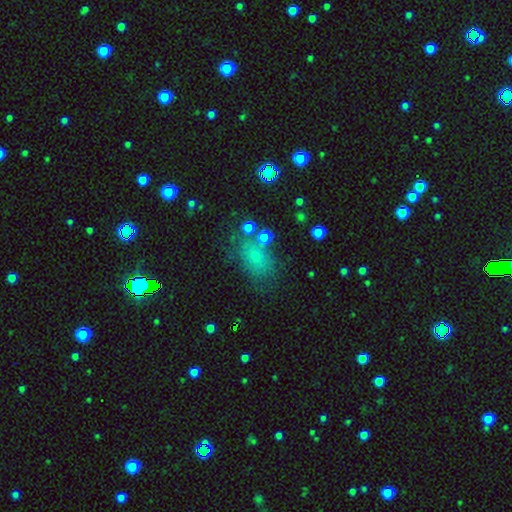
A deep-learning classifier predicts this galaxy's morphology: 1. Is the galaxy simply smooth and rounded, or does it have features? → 64% smooth, 21% star or artifact, 15% featured or disk.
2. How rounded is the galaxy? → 74% in between, 24% round, 2% cigar-shaped.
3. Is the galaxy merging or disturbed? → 60% none, 20% minor disturbance, 10% major disturbance, 10% merger.